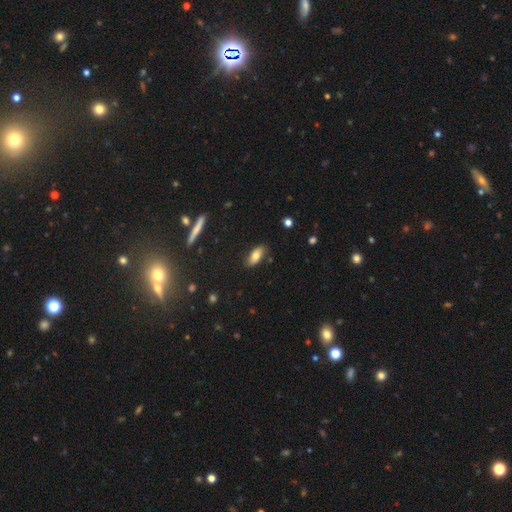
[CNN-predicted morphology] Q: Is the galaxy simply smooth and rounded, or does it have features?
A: smooth — 76%.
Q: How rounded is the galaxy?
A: in between — 84%.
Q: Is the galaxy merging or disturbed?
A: none — 84%.